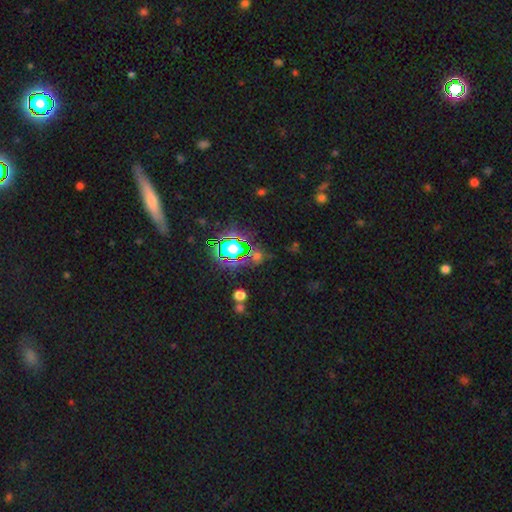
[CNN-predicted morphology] A star or artifact, not a galaxy (68%).